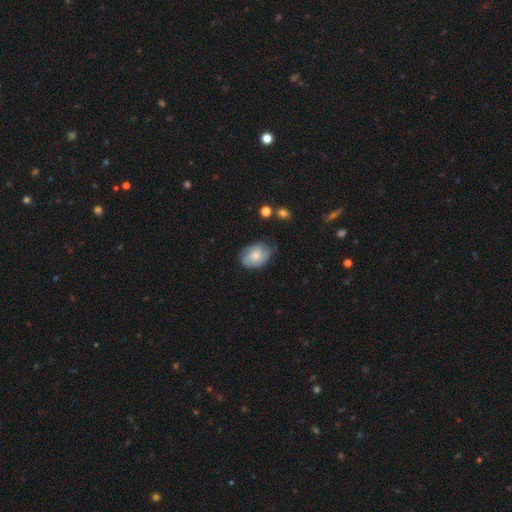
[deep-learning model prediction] smooth 47%, featured or disk 46%, star or artifact 7%. Down the decision tree: merging — none (64%).